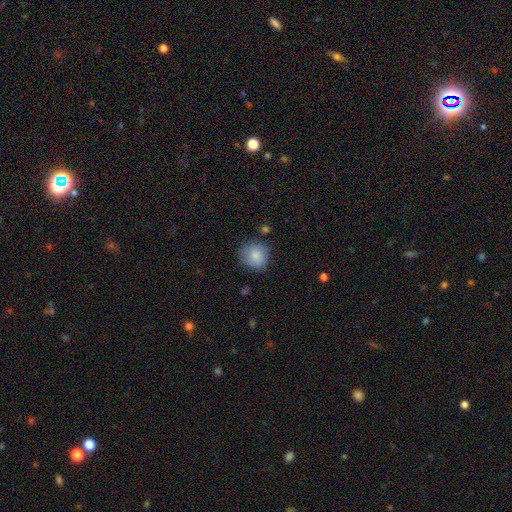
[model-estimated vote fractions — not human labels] Smooth or featured? smooth (79%)
How rounded? round (83%)
Merging? none (70%)